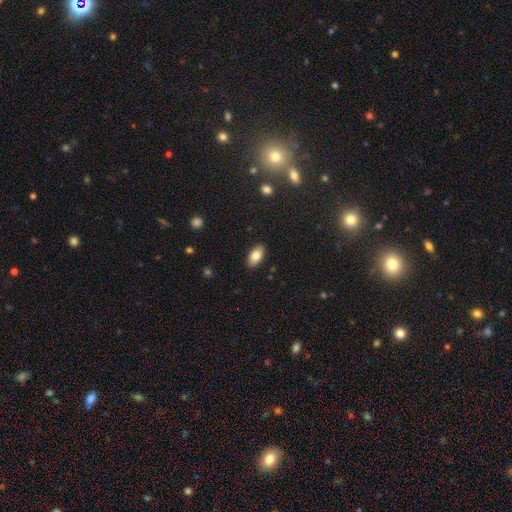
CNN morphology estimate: A smooth galaxy with no disk features (83%) that is in between round and cigar-shaped (93%). Merging: none (88%).